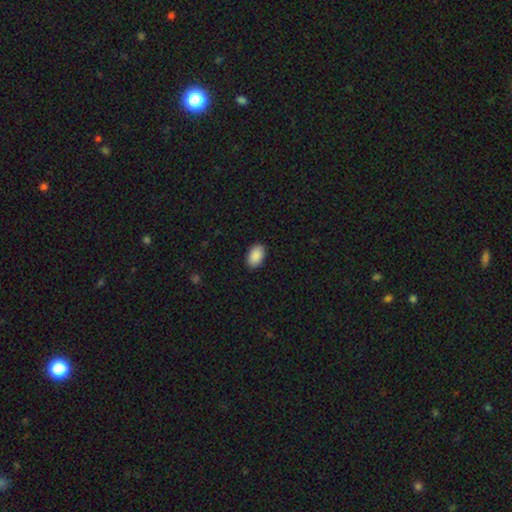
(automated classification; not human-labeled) smooth_or_featured: smooth (p=0.91) [alt: star or artifact p=0.06]
how_rounded: in between (p=0.91) [alt: round p=0.07]
merging: none (p=0.89) [alt: minor disturbance p=0.08]